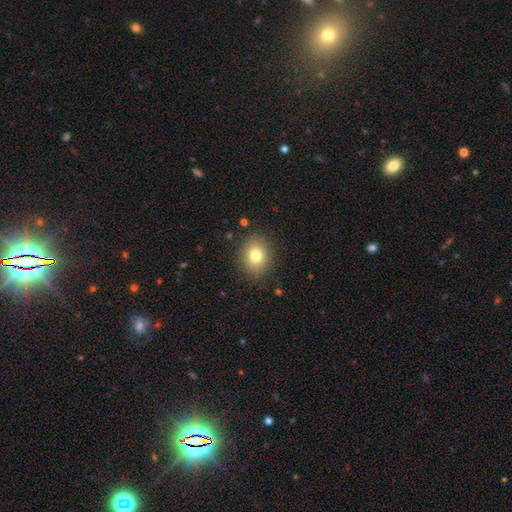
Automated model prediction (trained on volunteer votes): Smooth or featured: smooth — 78% (featured or disk — 11%)
How rounded: round — 55% (in between — 44%)
Merging: none — 86% (minor disturbance — 9%)